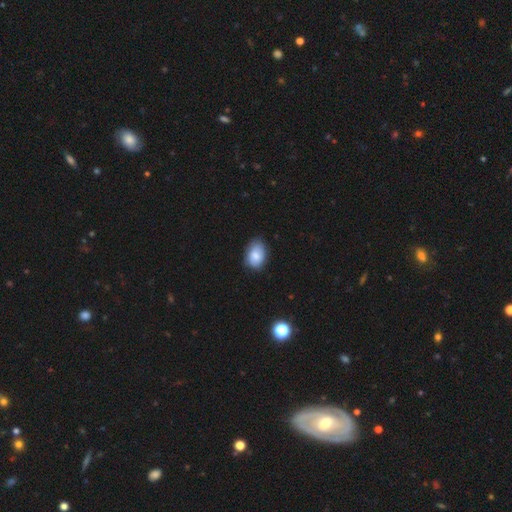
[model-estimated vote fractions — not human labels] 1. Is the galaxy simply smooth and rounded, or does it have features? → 81% smooth, 12% featured or disk, 7% star or artifact.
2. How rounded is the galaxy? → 84% in between, 15% round, 1% cigar-shaped.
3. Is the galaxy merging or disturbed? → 73% none, 23% minor disturbance, 3% major disturbance, 1% merger.